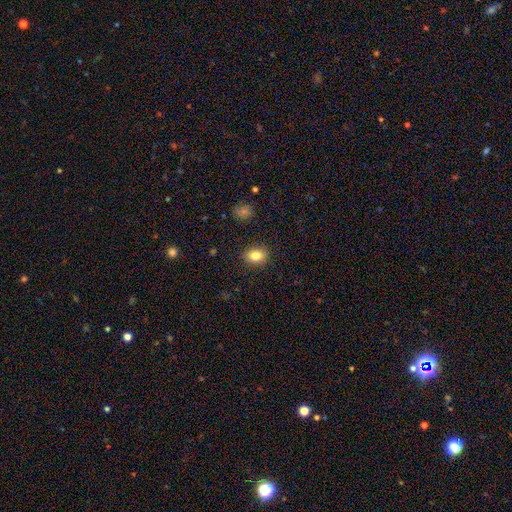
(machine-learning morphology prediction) smooth-or-featured: smooth: 82% | star or artifact: 9% | featured or disk: 9%
  how-rounded: in between: 66% | round: 32% | cigar-shaped: 1%
  merging: none: 88% | minor disturbance: 9% | major disturbance: 2% | merger: 1%